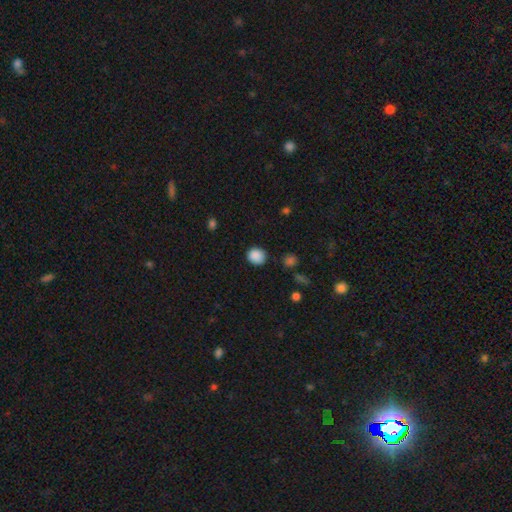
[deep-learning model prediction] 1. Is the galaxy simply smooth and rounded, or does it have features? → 88% smooth, 9% star or artifact, 3% featured or disk.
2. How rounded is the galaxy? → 78% round, 21% in between, 1% cigar-shaped.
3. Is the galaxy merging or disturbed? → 84% none, 12% minor disturbance, 3% major disturbance, 2% merger.